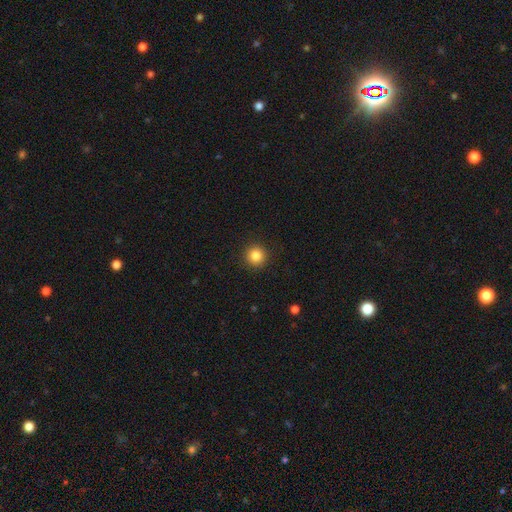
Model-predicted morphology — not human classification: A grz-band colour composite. It shows a smooth galaxy with no disk features (85%) that is round (95%). Merging: none (92%).